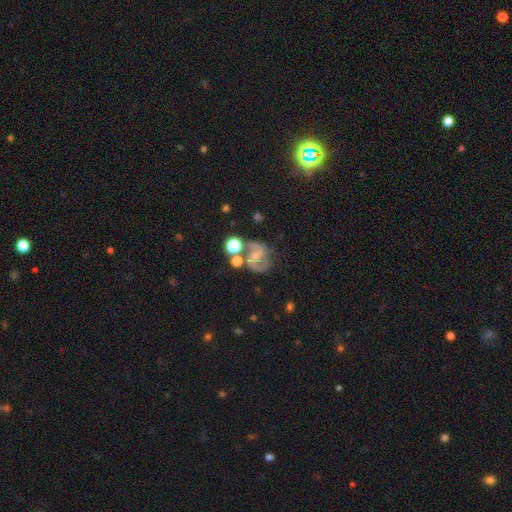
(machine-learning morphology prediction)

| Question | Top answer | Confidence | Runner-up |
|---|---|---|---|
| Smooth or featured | featured or disk | 70% | smooth (19%) |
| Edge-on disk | no | 97% | yes (3%) |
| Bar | weak | 44% | no (33%) |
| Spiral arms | yes | 88% | no (12%) |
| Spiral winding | medium | 54% | loose (28%) |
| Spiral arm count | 2 | 85% | can't tell (7%) |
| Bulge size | small | 57% | moderate (33%) |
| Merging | none | 52% | minor disturbance (19%) |